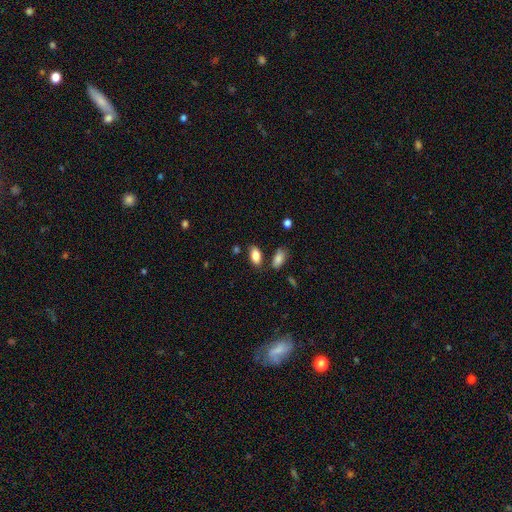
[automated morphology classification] Q: Smooth or featured?
A: smooth (85%); runner-up: star or artifact (8%)
Q: How rounded?
A: in between (92%); runner-up: cigar-shaped (4%)
Q: Merging?
A: none (78%); runner-up: minor disturbance (12%)